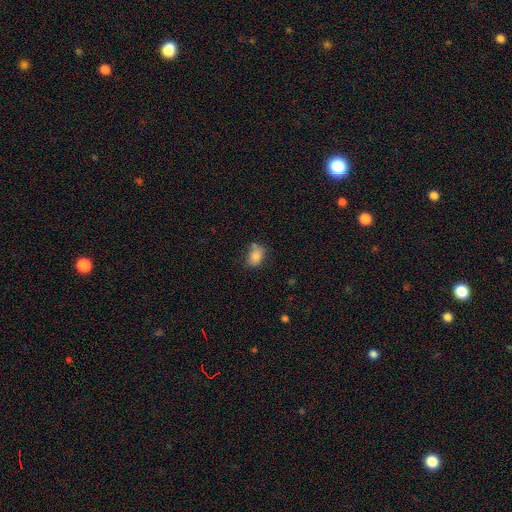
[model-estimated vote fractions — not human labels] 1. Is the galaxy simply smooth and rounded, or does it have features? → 82% smooth, 9% star or artifact, 9% featured or disk.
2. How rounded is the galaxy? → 73% in between, 26% round, 1% cigar-shaped.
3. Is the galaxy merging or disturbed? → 59% none, 24% minor disturbance, 11% merger, 6% major disturbance.